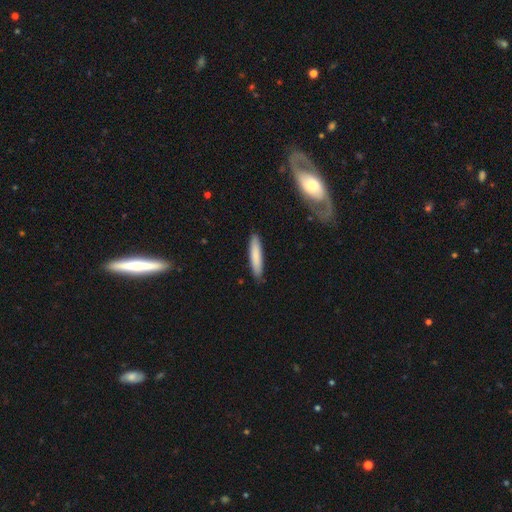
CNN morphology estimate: smooth-or-featured: smooth: 79% | featured or disk: 15% | star or artifact: 5%
  how-rounded: cigar-shaped: 88% | in between: 10% | round: 1%
  merging: none: 87% | minor disturbance: 10% | major disturbance: 2% | merger: 1%